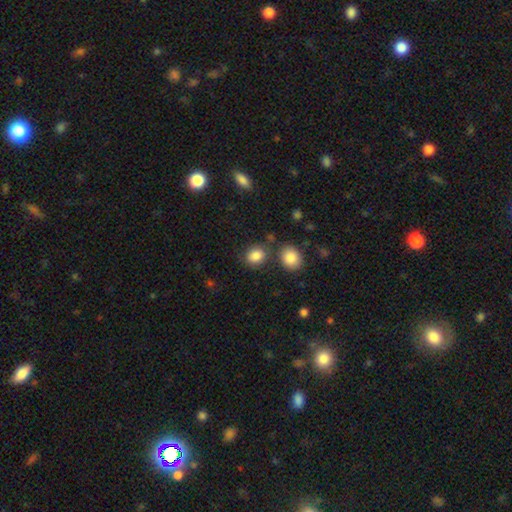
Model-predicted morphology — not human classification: A smooth galaxy with no disk features (86%) that is round (51%). Merging: none (73%).